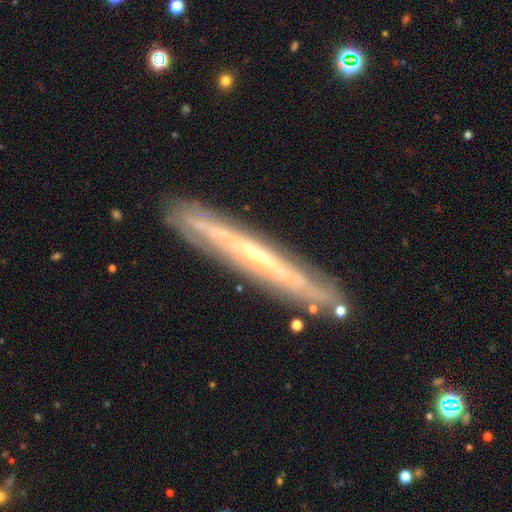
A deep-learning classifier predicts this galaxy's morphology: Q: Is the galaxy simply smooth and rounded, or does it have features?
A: featured or disk — 76%.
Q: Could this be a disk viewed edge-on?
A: yes — 81%.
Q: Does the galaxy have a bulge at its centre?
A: none — 58%.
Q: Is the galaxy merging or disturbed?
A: none — 84%.